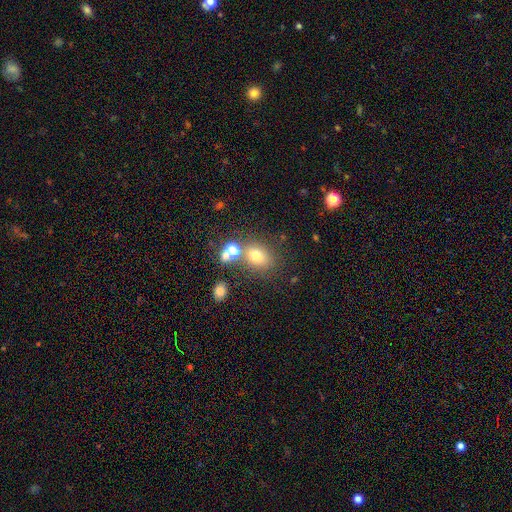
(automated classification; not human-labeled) The model was most divided on "how rounded": round: 51%, in between: 48%, cigar-shaped: 1%. More confident: smooth or featured — smooth (69%); merging — none (63%).